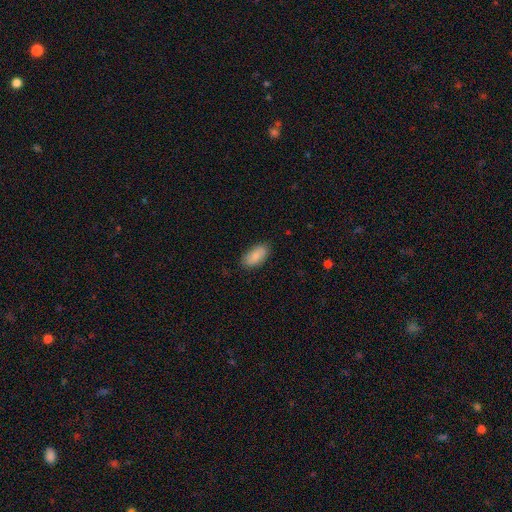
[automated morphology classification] A smooth galaxy with no disk features (83%) that is in between round and cigar-shaped (92%).

Vote fractions:
- Smooth or featured? smooth: 83% / featured or disk: 11% / star or artifact: 6%
- How rounded? in between: 92% / cigar-shaped: 6% / round: 2%
- Merging? none: 84% / minor disturbance: 13% / major disturbance: 3% / merger: 1%